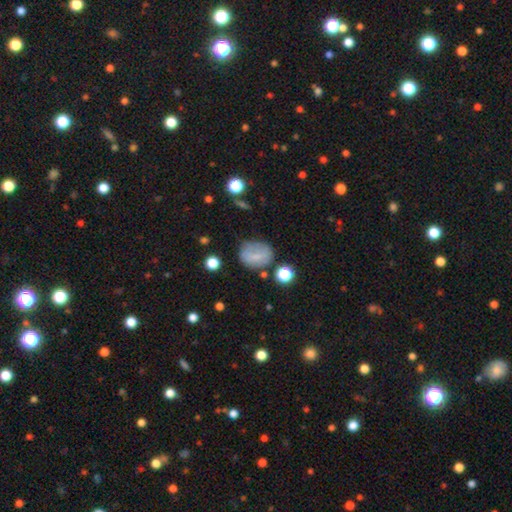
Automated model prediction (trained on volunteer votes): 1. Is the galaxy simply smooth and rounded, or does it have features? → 65% smooth, 23% featured or disk, 12% star or artifact.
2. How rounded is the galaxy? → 50% round, 48% in between, 2% cigar-shaped.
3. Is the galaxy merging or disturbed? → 61% none, 24% minor disturbance, 10% major disturbance, 5% merger.